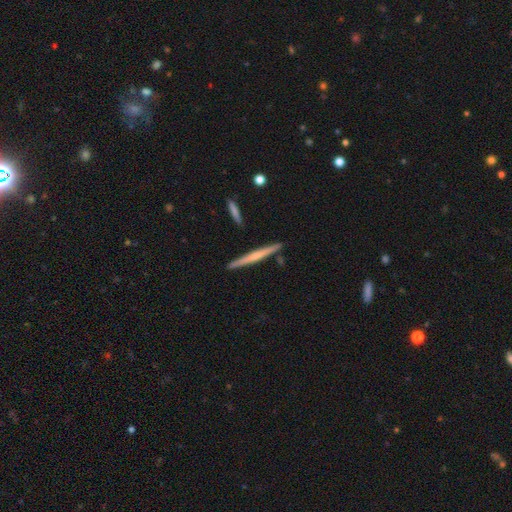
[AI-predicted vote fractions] Morphology: type=featured or disk (54%); edge-on=yes (98%); edge-on bulge=none (55%); merging=none (90%).